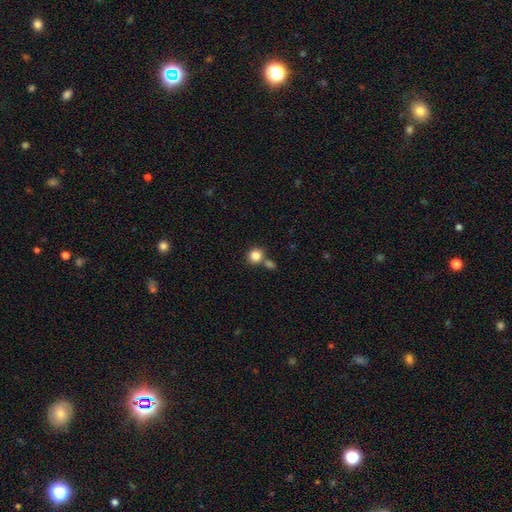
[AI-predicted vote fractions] A smooth galaxy with no disk features (84%) that is round (84%).

Vote fractions:
- Smooth or featured? smooth: 84% / star or artifact: 10% / featured or disk: 6%
- How rounded? round: 84% / in between: 15% / cigar-shaped: 1%
- Merging? none: 61% / merger: 26% / minor disturbance: 10% / major disturbance: 4%